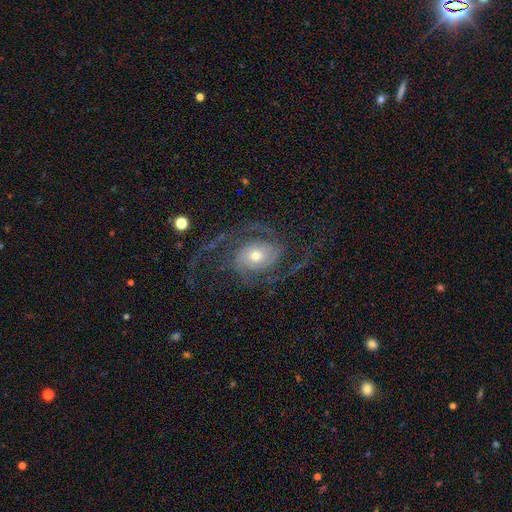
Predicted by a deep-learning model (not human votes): featured or disk 88%, smooth 7%, star or artifact 5%. Down the decision tree: edge-on disk — no (98%); bar — no (70%); spiral arms — yes (96%); spiral arm count — 2 (67%); spiral winding — medium (48%); bulge size — moderate (59%); merging — none (65%).